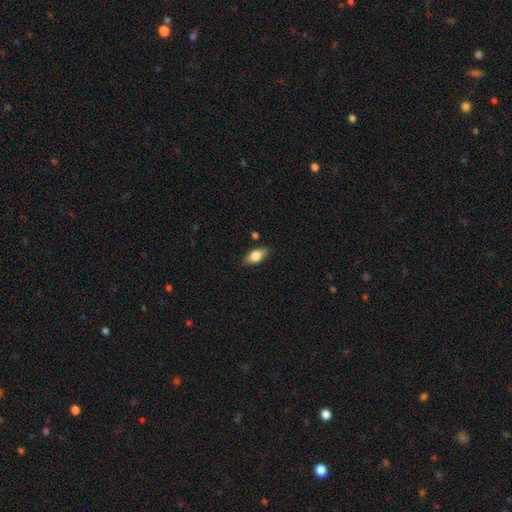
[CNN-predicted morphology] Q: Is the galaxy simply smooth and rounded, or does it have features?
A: smooth — 75%.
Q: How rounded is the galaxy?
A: in between — 86%.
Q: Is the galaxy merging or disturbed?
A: none — 85%.